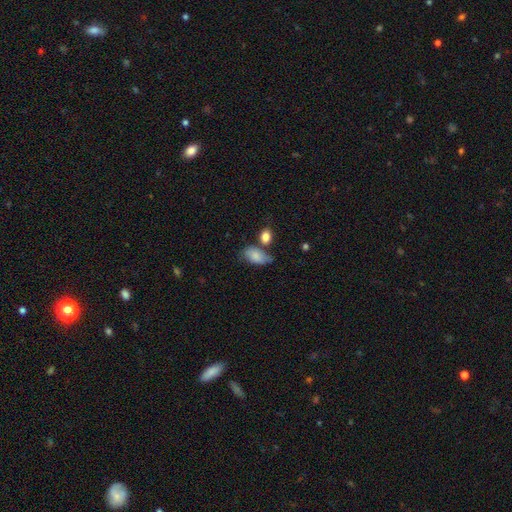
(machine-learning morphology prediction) type=smooth (79%); roundness=in between (90%); merging=none (42%).